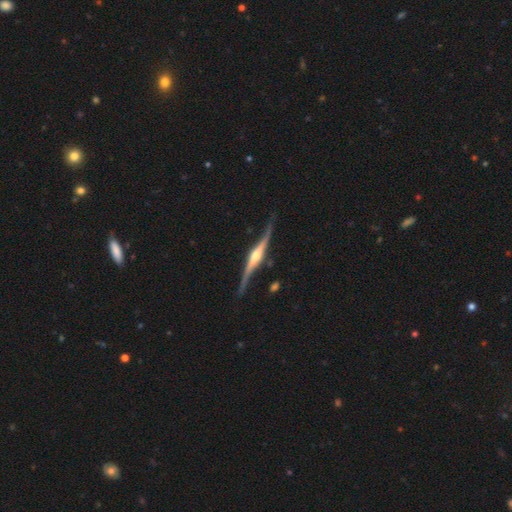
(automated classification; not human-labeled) Smooth or featured? featured or disk (86%)
Edge-on disk? yes (96%)
Edge-on bulge? rounded (83%)
Merging? none (72%)